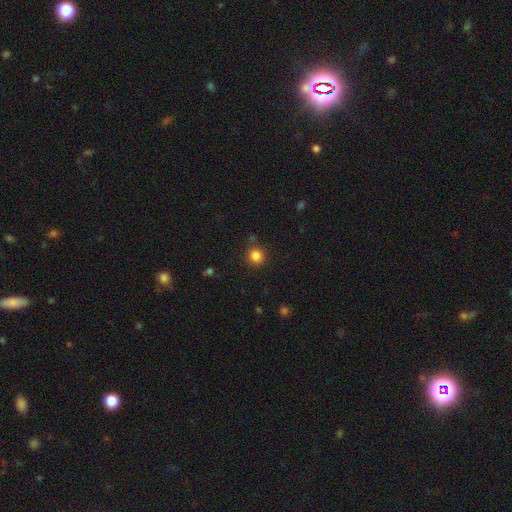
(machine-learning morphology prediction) smooth 84%, star or artifact 12%, featured or disk 4%. Down the decision tree: how rounded — round (92%); merging — none (87%).